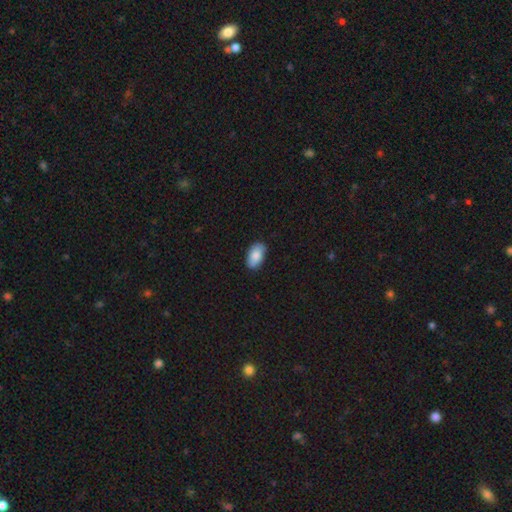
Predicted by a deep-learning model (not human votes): A smooth galaxy with no disk features (84%) that is in between round and cigar-shaped (94%). Merging: none (84%).